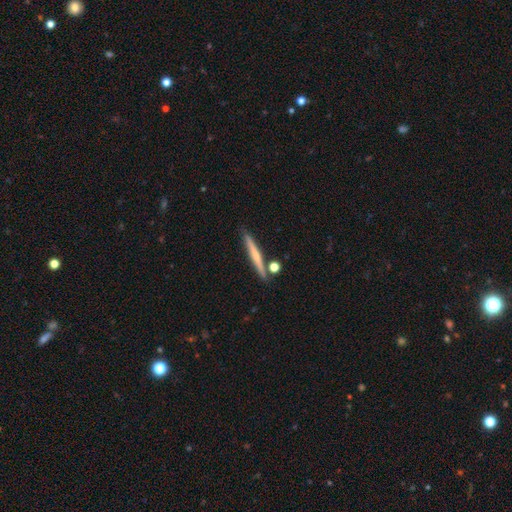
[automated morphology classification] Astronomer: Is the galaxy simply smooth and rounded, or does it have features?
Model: featured or disk — 49% (runner-up: smooth, 45%).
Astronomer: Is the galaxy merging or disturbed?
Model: none — 82%.